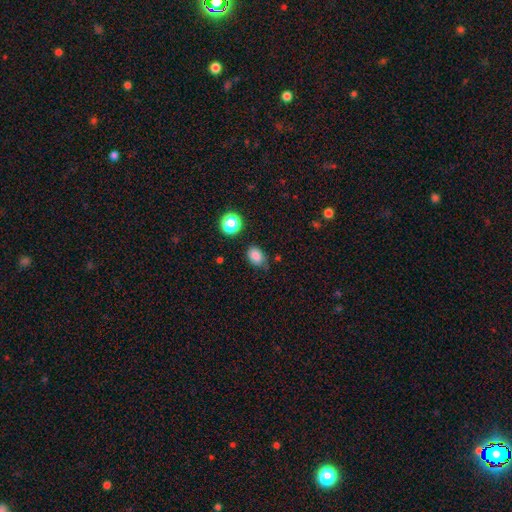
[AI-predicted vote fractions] A smooth galaxy with no disk features (83%) that is in between round and cigar-shaped (69%).

Vote fractions:
- Smooth or featured? smooth: 83% / star or artifact: 12% / featured or disk: 5%
- How rounded? in between: 69% / round: 30% / cigar-shaped: 1%
- Merging? none: 64% / minor disturbance: 28% / major disturbance: 5% / merger: 3%